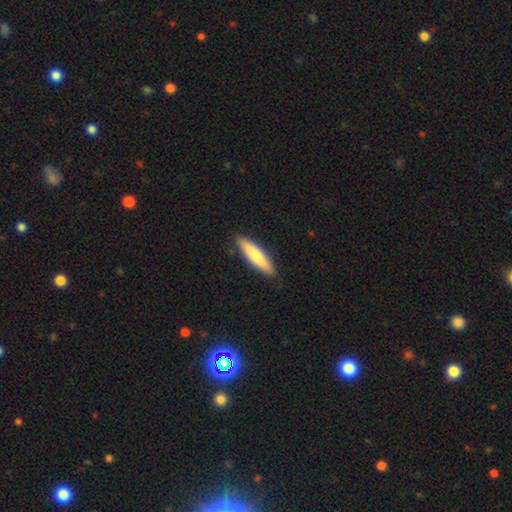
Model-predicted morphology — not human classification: smooth-or-featured: smooth: 70% | featured or disk: 25% | star or artifact: 5%
  how-rounded: cigar-shaped: 75% | in between: 24% | round: 1%
  merging: none: 88% | minor disturbance: 9% | major disturbance: 2% | merger: 1%